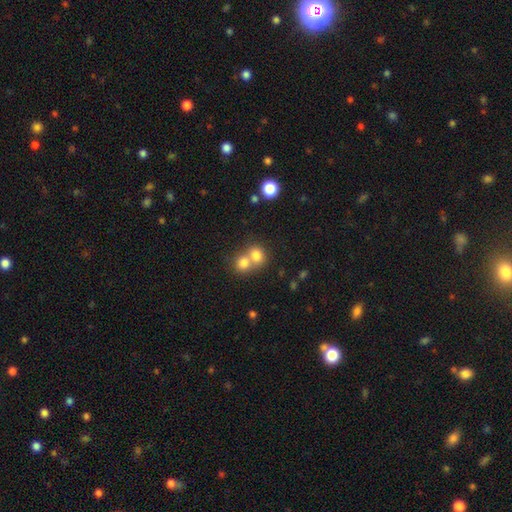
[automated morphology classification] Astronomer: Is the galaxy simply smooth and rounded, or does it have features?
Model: smooth — 77%.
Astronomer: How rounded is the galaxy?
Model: round — 73%.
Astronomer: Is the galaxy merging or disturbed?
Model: merger — 59%.